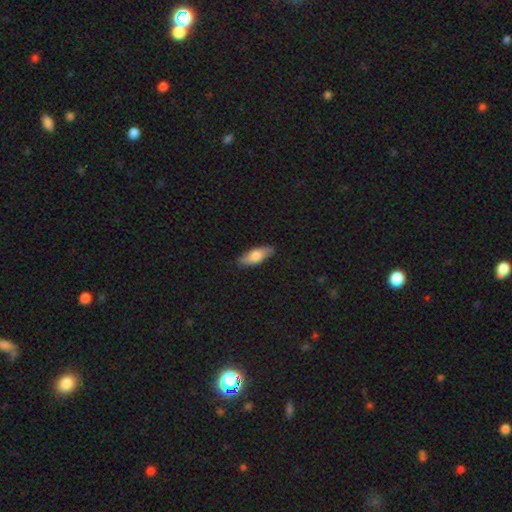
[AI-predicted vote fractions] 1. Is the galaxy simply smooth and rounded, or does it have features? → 72% smooth, 22% featured or disk, 6% star or artifact.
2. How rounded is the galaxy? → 72% in between, 26% cigar-shaped, 2% round.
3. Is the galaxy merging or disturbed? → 87% none, 10% minor disturbance, 2% major disturbance, 1% merger.